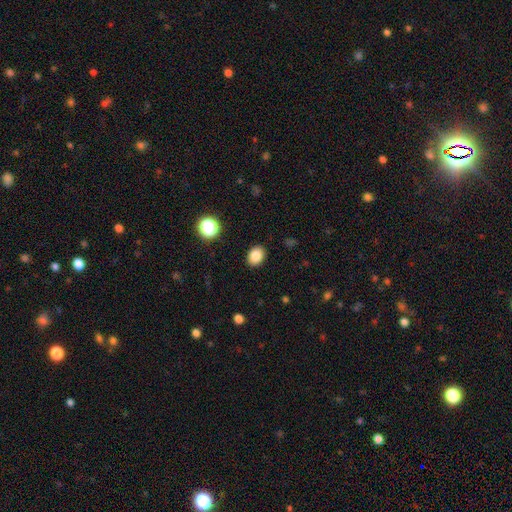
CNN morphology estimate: Q: Smooth or featured?
A: smooth (84%); runner-up: star or artifact (10%)
Q: How rounded?
A: in between (63%); runner-up: round (36%)
Q: Merging?
A: none (89%); runner-up: minor disturbance (8%)